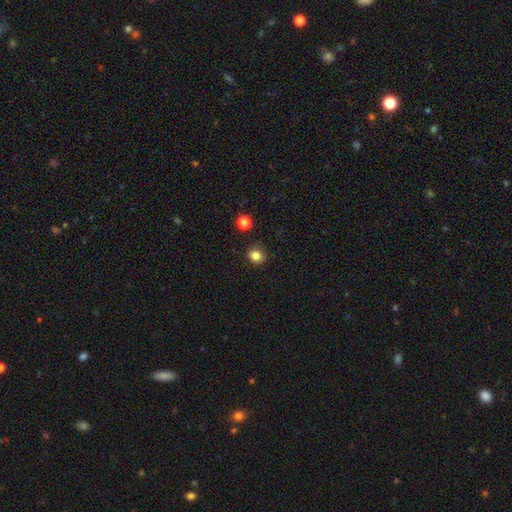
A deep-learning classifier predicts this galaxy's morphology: type=smooth (83%); roundness=round (75%); merging=none (83%).